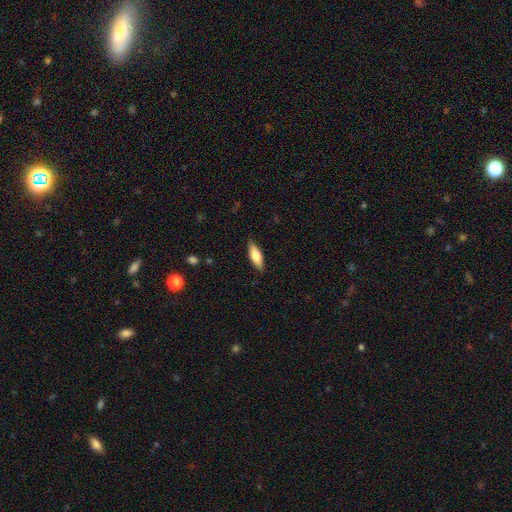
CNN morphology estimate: Smooth or featured? smooth (71%)
How rounded? in between (58%)
Merging? none (86%)